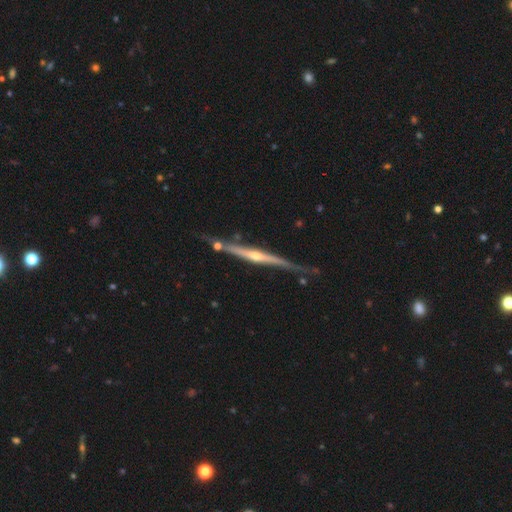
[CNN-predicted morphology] Smooth or featured: featured or disk — 85% (smooth — 9%)
Edge-on disk: yes — 97% (no — 3%)
Edge-on bulge: rounded — 82% (none — 12%)
Merging: none — 69% (minor disturbance — 20%)